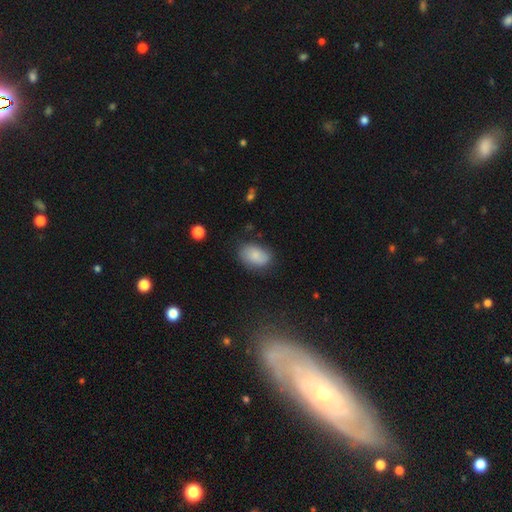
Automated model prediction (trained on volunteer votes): This is likely a smooth galaxy (79%). How rounded: clearly in between (85%). Merging: likely none (72%).